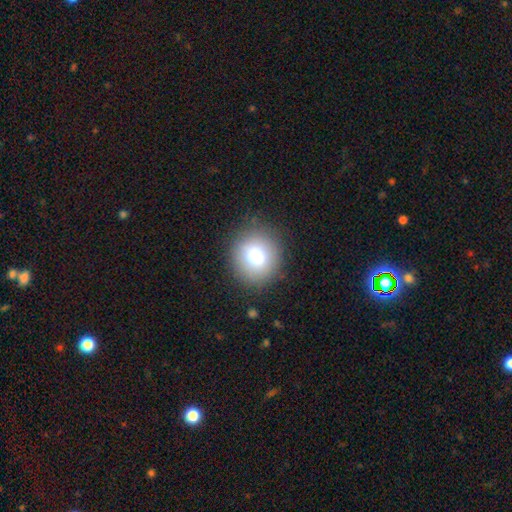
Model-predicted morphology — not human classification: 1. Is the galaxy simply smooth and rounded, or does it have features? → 76% smooth, 12% star or artifact, 12% featured or disk.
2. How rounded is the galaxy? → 89% round, 10% in between, 1% cigar-shaped.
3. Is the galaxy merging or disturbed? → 87% none, 8% minor disturbance, 3% major disturbance, 1% merger.